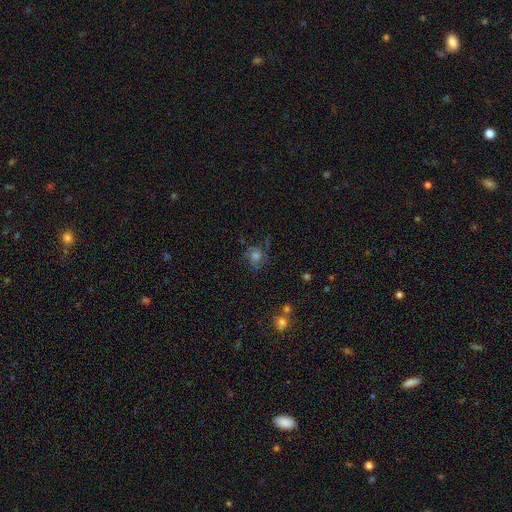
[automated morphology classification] Smooth or featured? Predicted: featured or disk (p=0.54). Edge-on disk? Predicted: no (p=0.97). Bar? Predicted: no (p=0.78). Spiral arms? Predicted: yes (p=0.89). Bulge size? Predicted: moderate (p=0.61). Merging? Predicted: none (p=0.67).